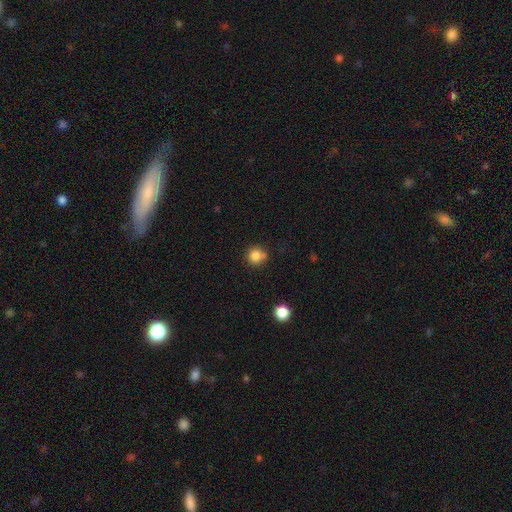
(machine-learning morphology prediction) Smooth or featured: smooth — 82% (star or artifact — 11%)
How rounded: round — 91% (in between — 8%)
Merging: none — 69% (minor disturbance — 14%)